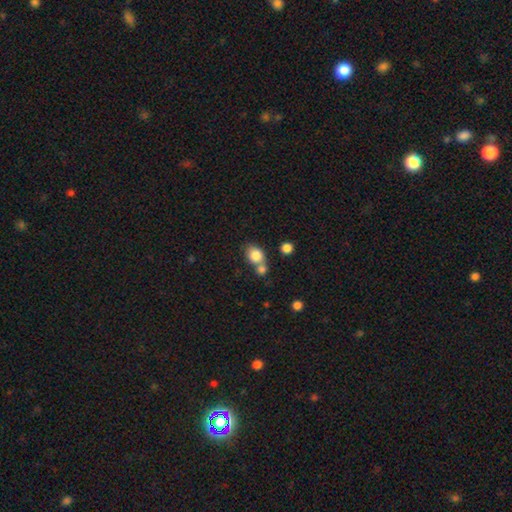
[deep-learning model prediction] Smooth or featured? Predicted: smooth (p=0.83). How rounded? Predicted: round (p=0.53). Merging? Predicted: none (p=0.43).